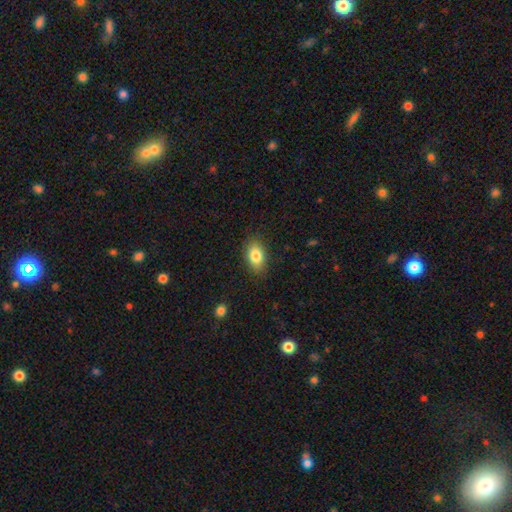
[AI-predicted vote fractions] This appears to be a smooth galaxy with no disk features (83%) that is in between round and cigar-shaped (88%). Merging: none (86%).